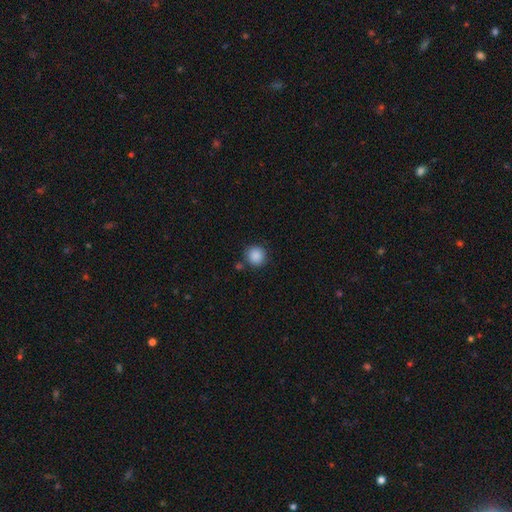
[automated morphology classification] Overall: smooth (88%). How rounded: round (93%). Merging: none (83%).